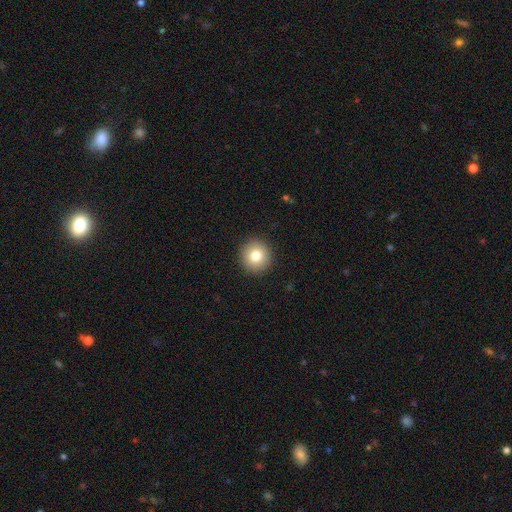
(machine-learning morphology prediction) Smooth or featured: smooth — 81% (star or artifact — 10%)
How rounded: round — 94% (in between — 5%)
Merging: none — 92% (minor disturbance — 5%)